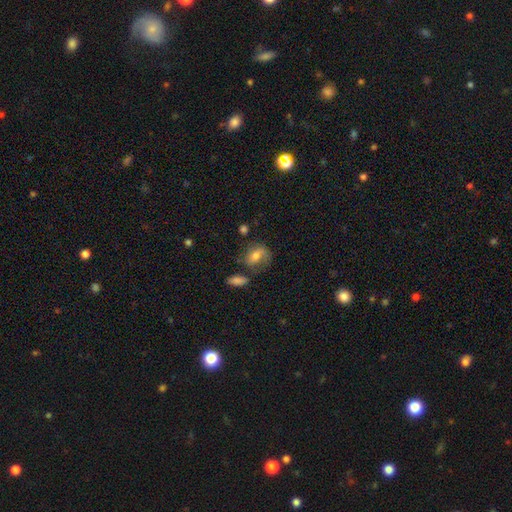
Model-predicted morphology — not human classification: A smooth galaxy with no disk features (50%) that is in between round and cigar-shaped (62%). Merging: none (49%).